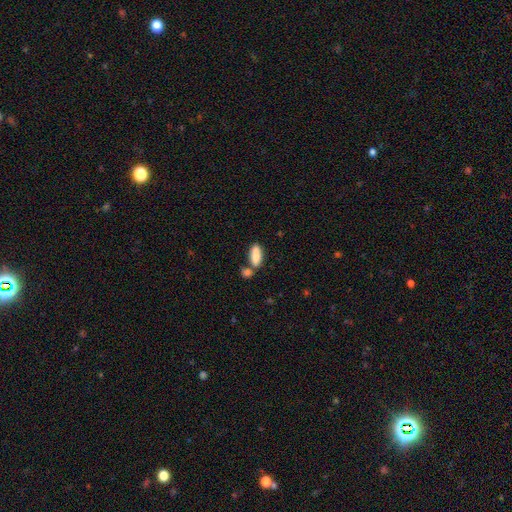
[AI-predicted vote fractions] Smooth or featured: smooth — 84% (featured or disk — 9%)
How rounded: in between — 72% (cigar-shaped — 26%)
Merging: none — 56% (merger — 29%)